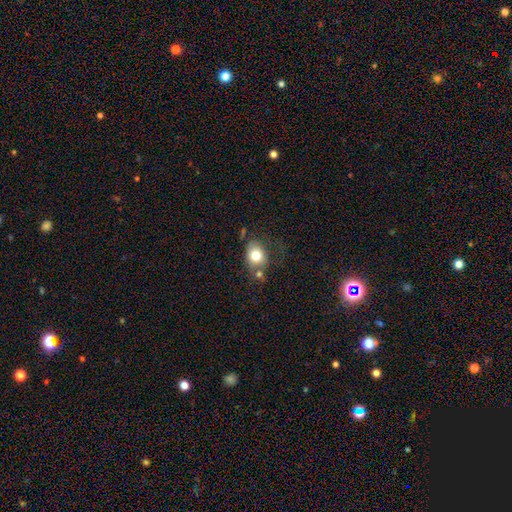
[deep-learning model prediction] A smooth galaxy with no disk features (76%) that is round (50%). Merging: none (51%).